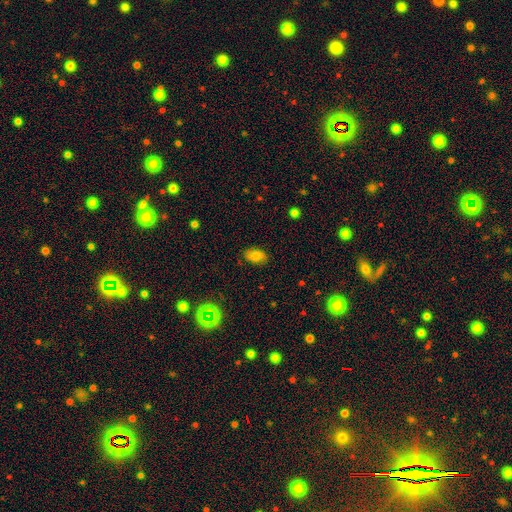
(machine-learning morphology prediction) Smooth or featured? smooth (76%)
How rounded? in between (89%)
Merging? none (82%)